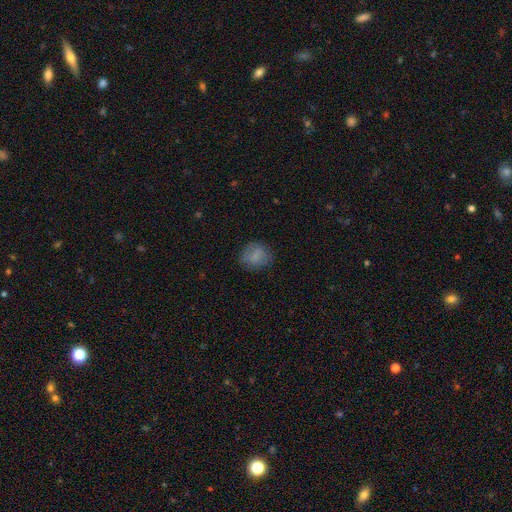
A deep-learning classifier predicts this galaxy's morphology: Overall: smooth (77%). How rounded: round (64%; in between 35%). Merging: none (75%).